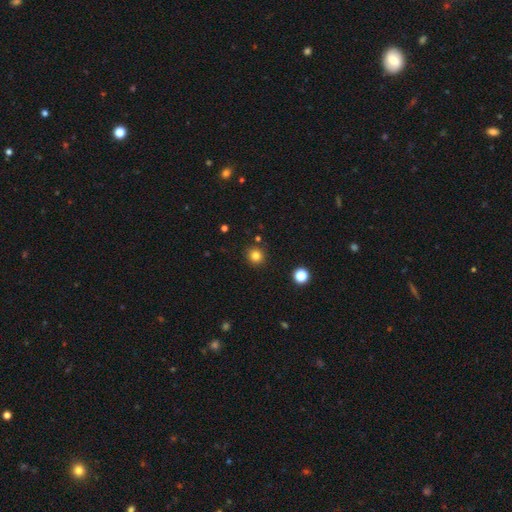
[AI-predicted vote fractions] Smooth or featured: smooth — 81% (star or artifact — 13%)
How rounded: round — 92% (in between — 7%)
Merging: none — 89% (minor disturbance — 6%)